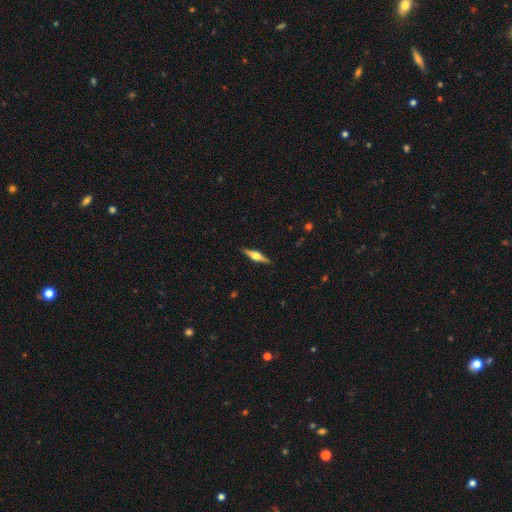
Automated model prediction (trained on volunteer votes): featured or disk 69%, smooth 25%, star or artifact 6%. Down the decision tree: edge-on disk — yes (97%); edge-on bulge — rounded (92%); merging — none (91%).